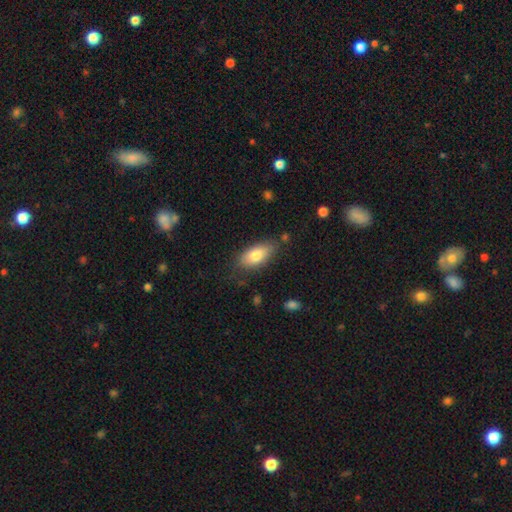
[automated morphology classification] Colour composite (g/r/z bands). It shows a smooth galaxy with no disk features (79%) that is in between round and cigar-shaped (88%). Merging: none (74%).